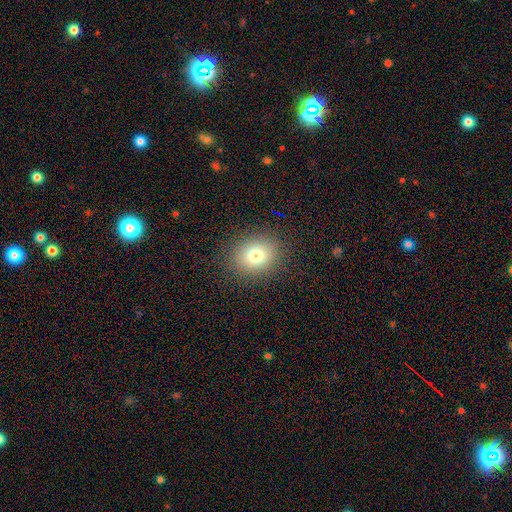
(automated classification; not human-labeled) Q: Smooth or featured?
A: smooth (78%); runner-up: star or artifact (13%)
Q: How rounded?
A: round (63%); runner-up: in between (36%)
Q: Merging?
A: none (87%); runner-up: minor disturbance (8%)